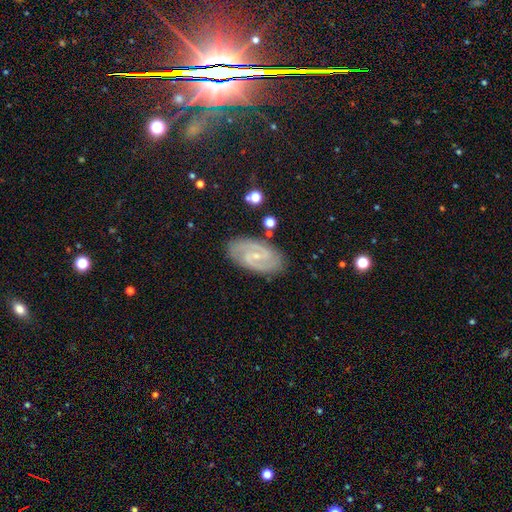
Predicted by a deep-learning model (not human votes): This is clearly a featured or disk galaxy (85%). It is clearly not viewed edge-on (96%). Bar: possibly weak (52%). Spiral arm pattern: clearly yes (97%). Spiral arm count: clearly 2 (89%). Spiral winding: possibly medium (46%). Central bulge: likely small (77%). Merging: clearly none (84%).